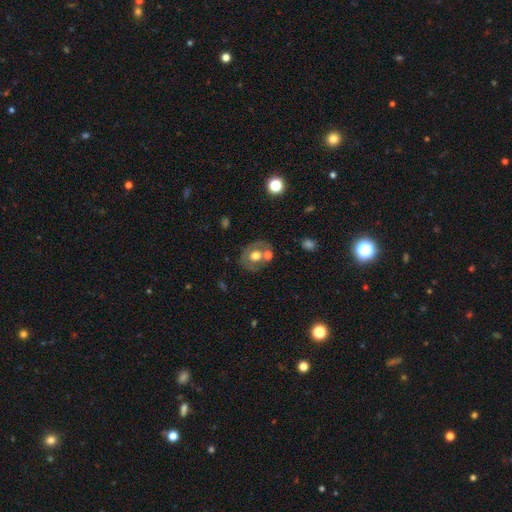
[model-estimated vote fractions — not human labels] smooth-or-featured: smooth: 50% | featured or disk: 41% | star or artifact: 9%
  how-rounded: round: 61% | in between: 39% | cigar-shaped: 1%
  merging: none: 58% | merger: 21% | minor disturbance: 15% | major disturbance: 6%